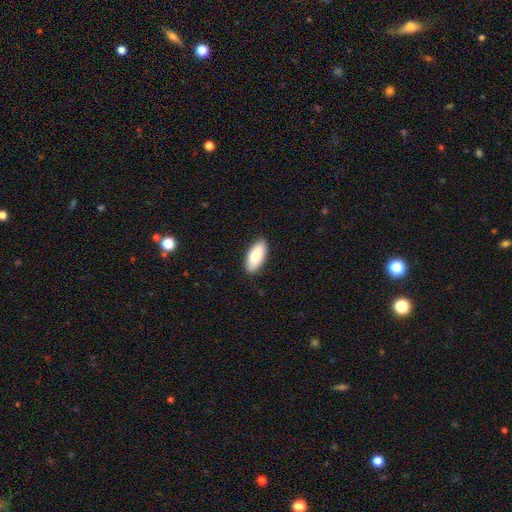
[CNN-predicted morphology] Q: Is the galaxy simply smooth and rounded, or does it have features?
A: smooth — 85%.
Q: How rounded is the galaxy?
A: in between — 89%.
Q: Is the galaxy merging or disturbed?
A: none — 89%.